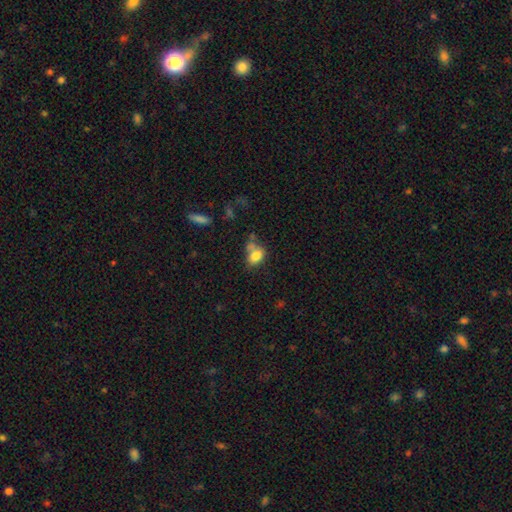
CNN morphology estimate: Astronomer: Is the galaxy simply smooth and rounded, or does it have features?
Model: smooth — 79%.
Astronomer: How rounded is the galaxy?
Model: in between — 75%.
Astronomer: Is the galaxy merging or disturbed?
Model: none — 43% (runner-up: merger, 26%).